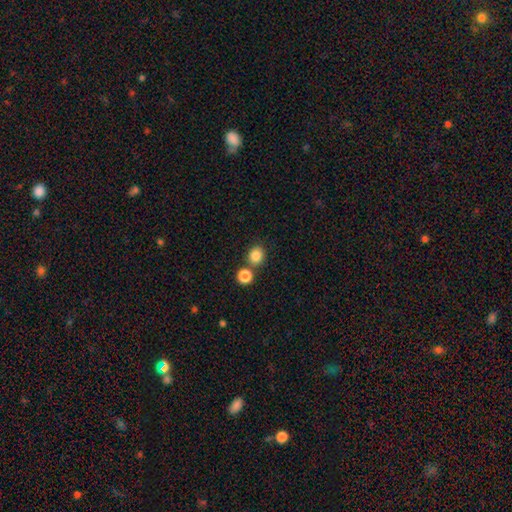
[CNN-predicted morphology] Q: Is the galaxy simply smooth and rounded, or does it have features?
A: smooth — 84%.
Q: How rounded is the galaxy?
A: round — 81%.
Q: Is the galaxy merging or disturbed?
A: none — 73%.